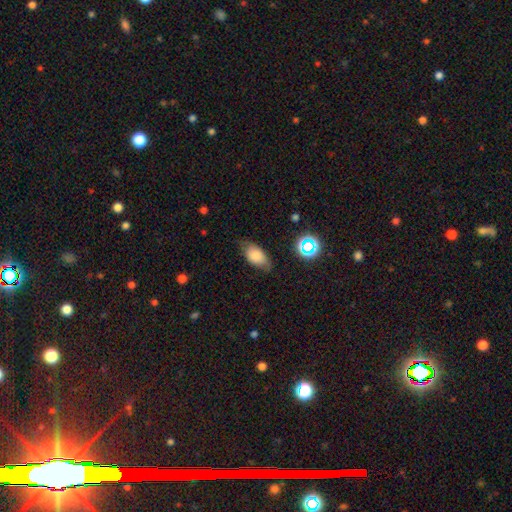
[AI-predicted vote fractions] Smooth or featured? smooth (77%)
How rounded? in between (90%)
Merging? none (69%)